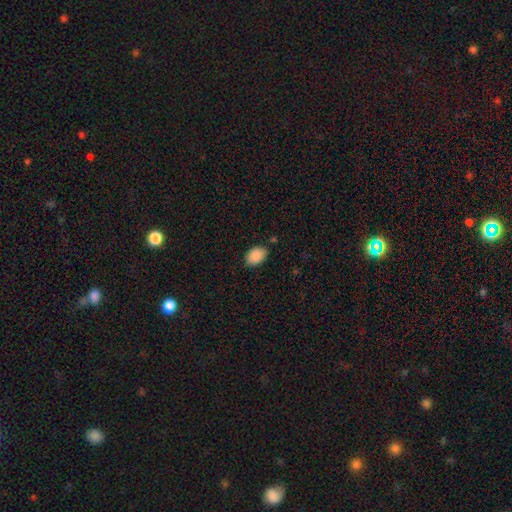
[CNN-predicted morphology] A smooth galaxy with no disk features (90%) that is in between round and cigar-shaped (85%). Merging: none (80%).